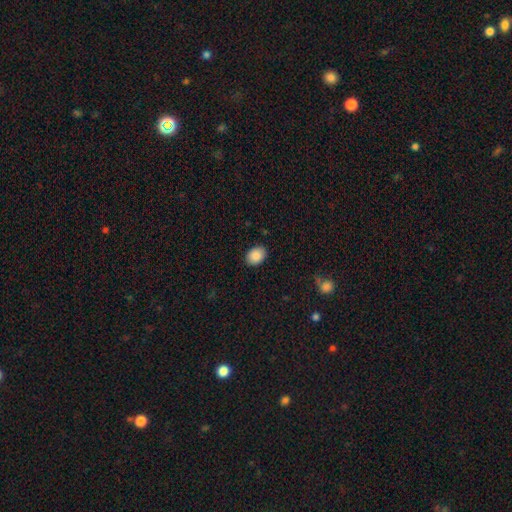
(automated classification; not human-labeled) Morphology: type=smooth (88%); roundness=in between (67%); merging=none (88%).